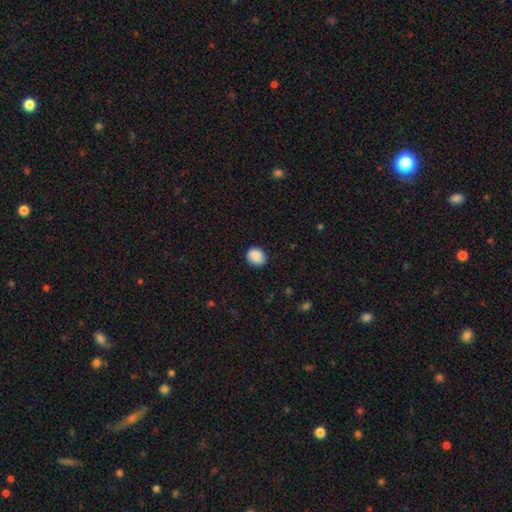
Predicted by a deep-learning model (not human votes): A smooth galaxy with no disk features (87%) that is round (62%). Merging: none (81%).